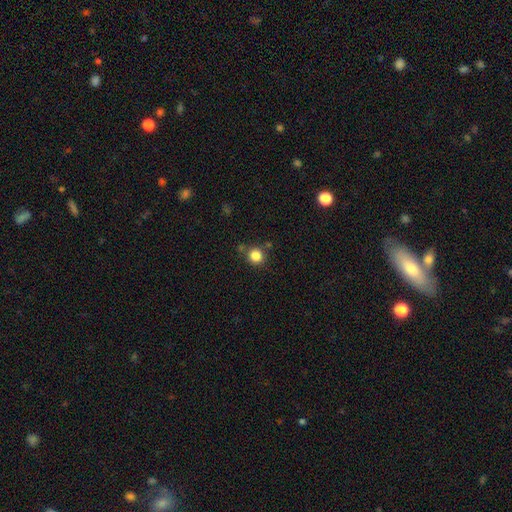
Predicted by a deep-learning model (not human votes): Smooth or featured? Predicted: smooth (p=0.84). How rounded? Predicted: round (p=0.90). Merging? Predicted: none (p=0.78).